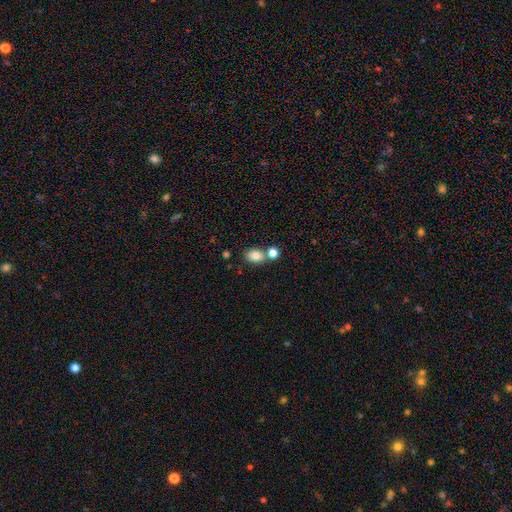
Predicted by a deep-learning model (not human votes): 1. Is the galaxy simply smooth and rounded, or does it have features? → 83% smooth, 10% star or artifact, 7% featured or disk.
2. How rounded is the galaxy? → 80% in between, 19% round, 1% cigar-shaped.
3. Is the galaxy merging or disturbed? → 56% none, 29% merger, 11% minor disturbance, 4% major disturbance.